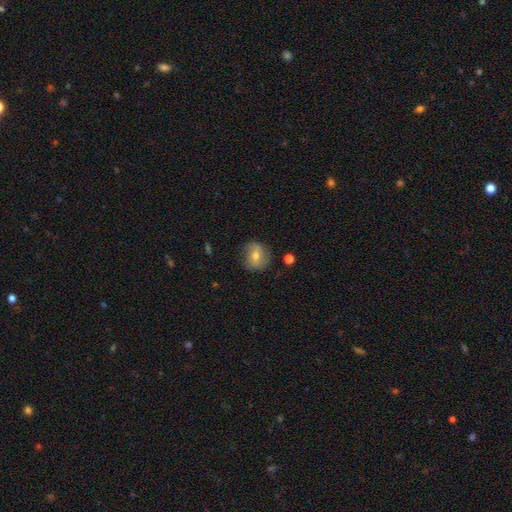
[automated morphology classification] A smooth galaxy with no disk features (50%) that is round (80%).

Vote fractions:
- Smooth or featured? smooth: 50% / featured or disk: 39% / star or artifact: 11%
- How rounded? round: 80% / in between: 19% / cigar-shaped: 1%
- Merging? none: 79% / minor disturbance: 15% / major disturbance: 4% / merger: 2%